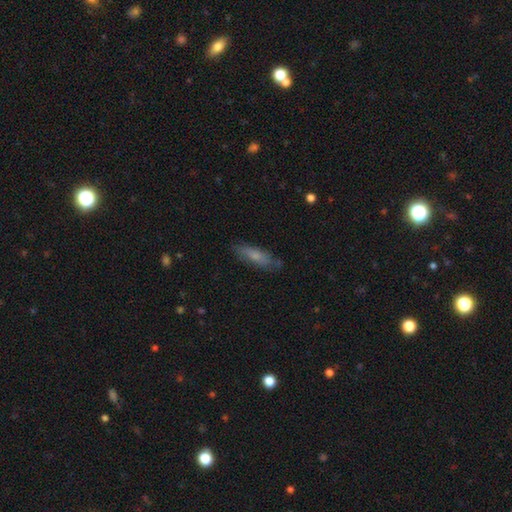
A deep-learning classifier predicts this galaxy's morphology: This is likely a smooth galaxy (66%). How rounded: possibly cigar-shaped (58%). Merging: likely none (78%).